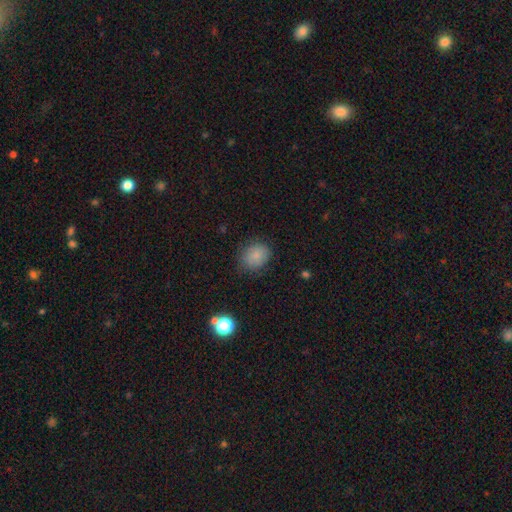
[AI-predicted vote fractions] A smooth galaxy with no disk features (83%) that is round (57%).

Vote fractions:
- Smooth or featured? smooth: 83% / star or artifact: 10% / featured or disk: 7%
- How rounded? round: 57% / in between: 43% / cigar-shaped: 1%
- Merging? none: 80% / minor disturbance: 15% / major disturbance: 4% / merger: 1%